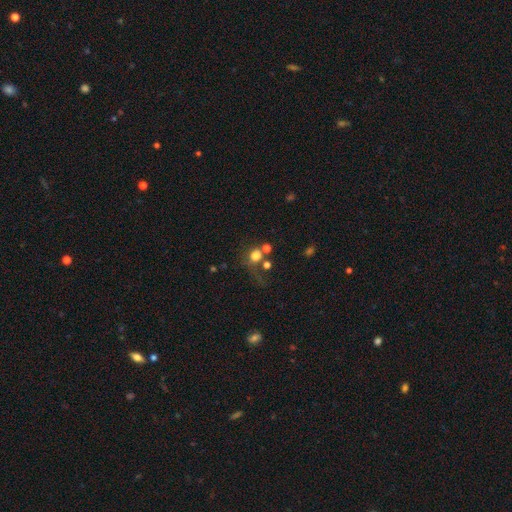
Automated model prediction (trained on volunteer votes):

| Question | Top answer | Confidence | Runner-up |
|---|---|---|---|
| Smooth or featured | smooth | 73% | star or artifact (15%) |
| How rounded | round | 79% | in between (20%) |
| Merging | none | 43% | merger (26%) |